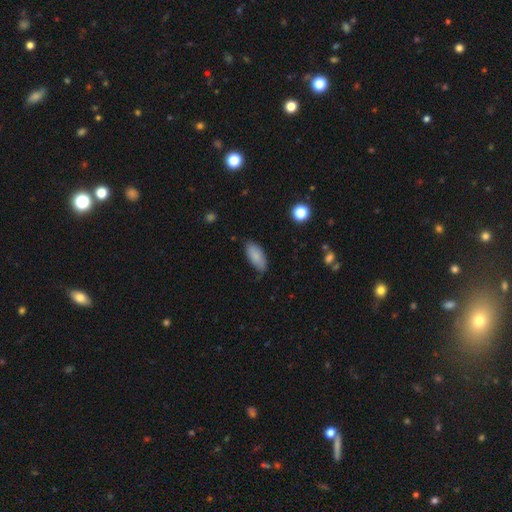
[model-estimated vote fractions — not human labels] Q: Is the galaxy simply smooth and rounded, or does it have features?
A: smooth — 86%.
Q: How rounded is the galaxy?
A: in between — 87%.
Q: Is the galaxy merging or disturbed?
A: none — 76%.